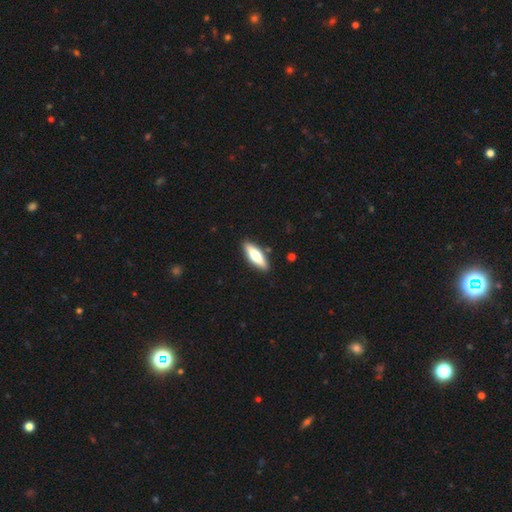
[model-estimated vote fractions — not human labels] Morphology: type=smooth (66%); roundness=cigar-shaped (51%); merging=none (88%).